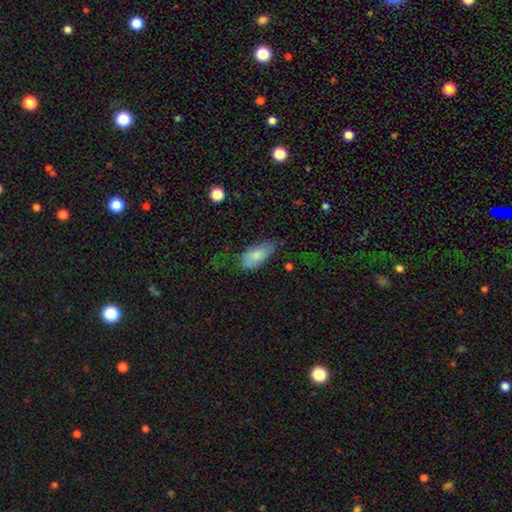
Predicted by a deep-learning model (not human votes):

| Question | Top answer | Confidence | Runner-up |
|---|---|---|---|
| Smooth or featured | smooth | 78% | featured or disk (15%) |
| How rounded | in between | 90% | cigar-shaped (7%) |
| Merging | none | 53% | minor disturbance (35%) |